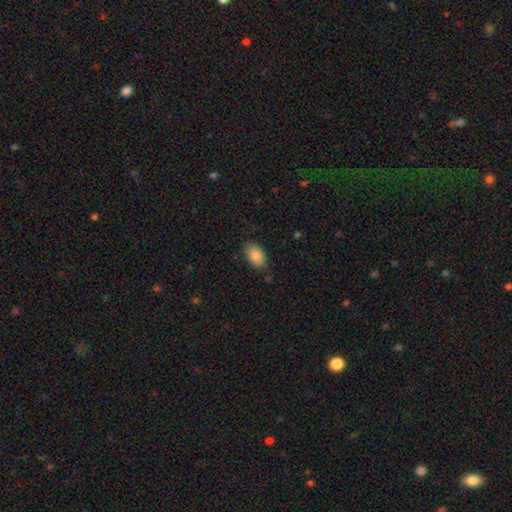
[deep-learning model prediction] This is clearly a smooth galaxy (87%). How rounded: clearly in between (92%). Merging: likely none (80%).